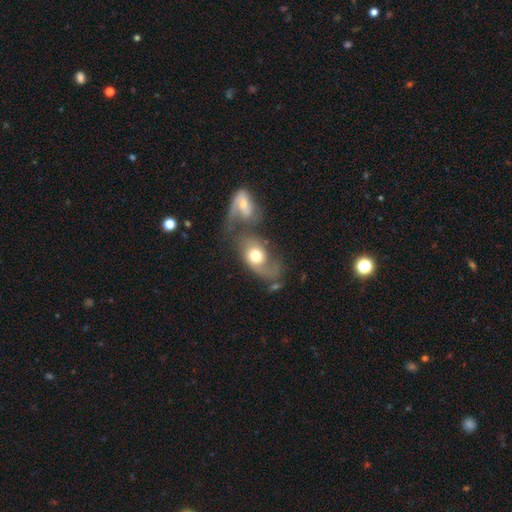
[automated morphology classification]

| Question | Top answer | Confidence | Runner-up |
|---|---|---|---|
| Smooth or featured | featured or disk | 48% | smooth (45%) |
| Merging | merger | 55% | none (18%) |